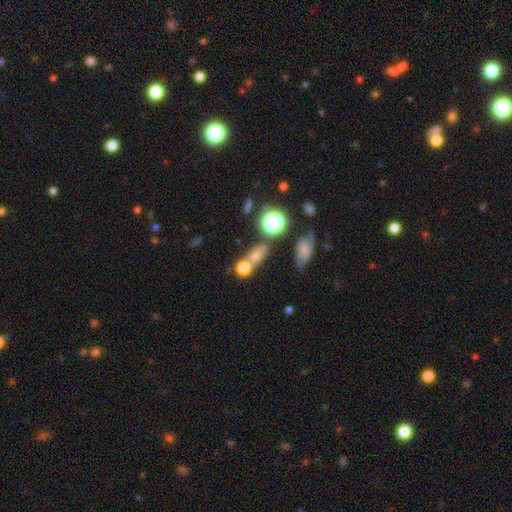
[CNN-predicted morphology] Smooth or featured?
  - smooth: 63% *
  - star or artifact: 21%
  - featured or disk: 16%
How rounded?
  - round: 50% *
  - in between: 42%
  - cigar-shaped: 8%
Merging?
  - none: 43% *
  - merger: 38%
  - minor disturbance: 12%
  - major disturbance: 7%